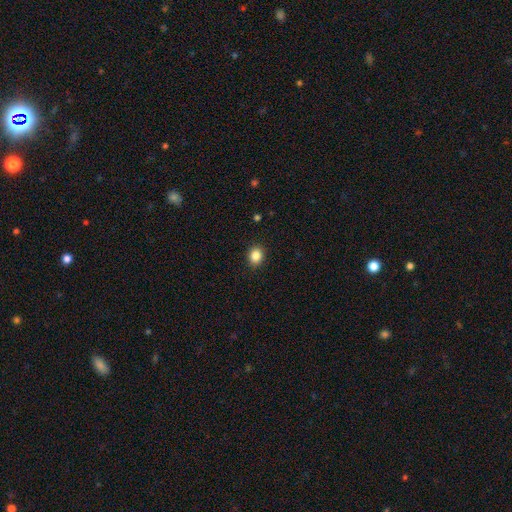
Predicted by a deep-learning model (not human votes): Morphology: type=smooth (86%); roundness=round (65%); merging=none (91%).